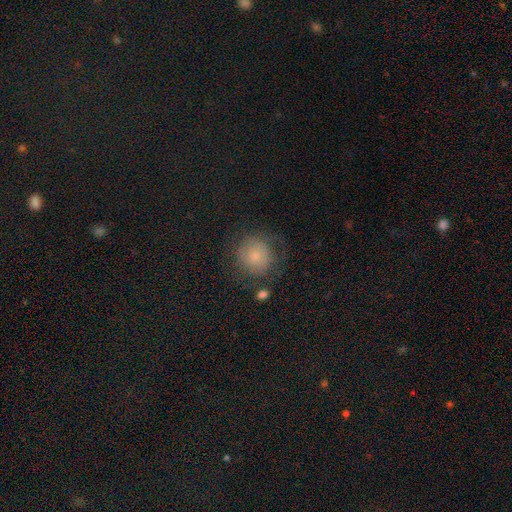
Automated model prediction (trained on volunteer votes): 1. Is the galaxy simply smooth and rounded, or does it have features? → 75% smooth, 15% featured or disk, 10% star or artifact.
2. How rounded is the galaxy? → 89% round, 10% in between, 1% cigar-shaped.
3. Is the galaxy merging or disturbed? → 66% none, 19% minor disturbance, 11% major disturbance, 3% merger.